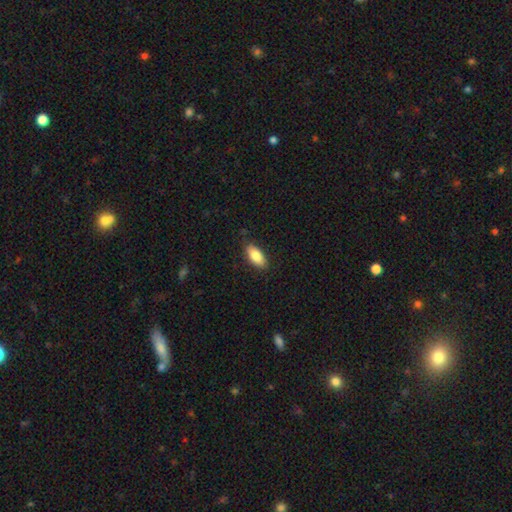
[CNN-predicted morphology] Q: Smooth or featured?
A: smooth (82%); runner-up: featured or disk (11%)
Q: How rounded?
A: in between (87%); runner-up: cigar-shaped (11%)
Q: Merging?
A: none (86%); runner-up: minor disturbance (11%)